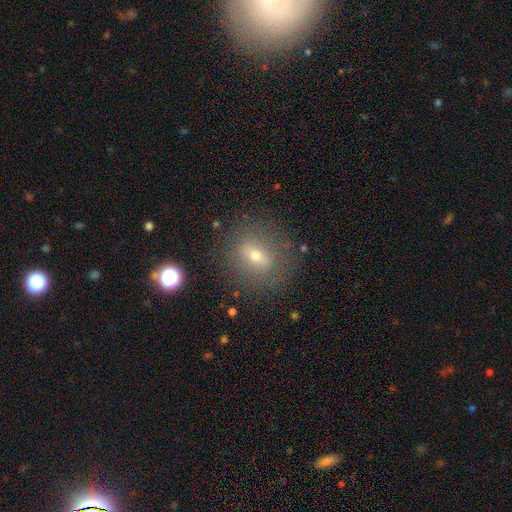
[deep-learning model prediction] A smooth galaxy with no disk features (51%) that is round (59%). Merging: none (81%).